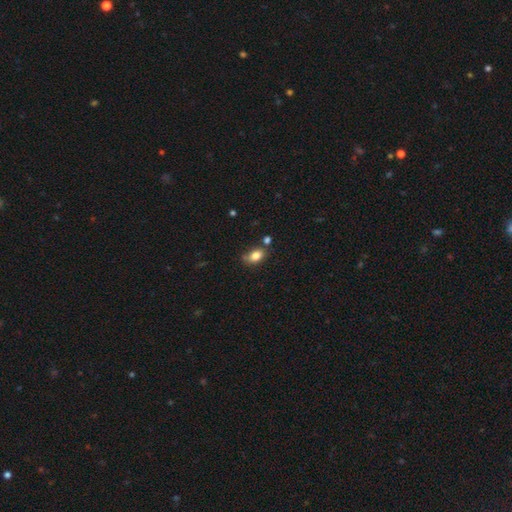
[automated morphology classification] smooth 83%, star or artifact 9%, featured or disk 8%. Down the decision tree: how rounded — in between (84%); merging — none (66%).